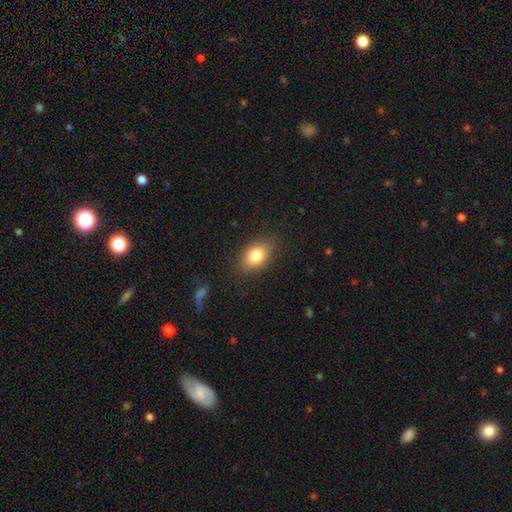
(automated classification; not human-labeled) Q: Smooth or featured?
A: smooth (80%); runner-up: featured or disk (11%)
Q: How rounded?
A: in between (81%); runner-up: round (17%)
Q: Merging?
A: none (85%); runner-up: minor disturbance (11%)